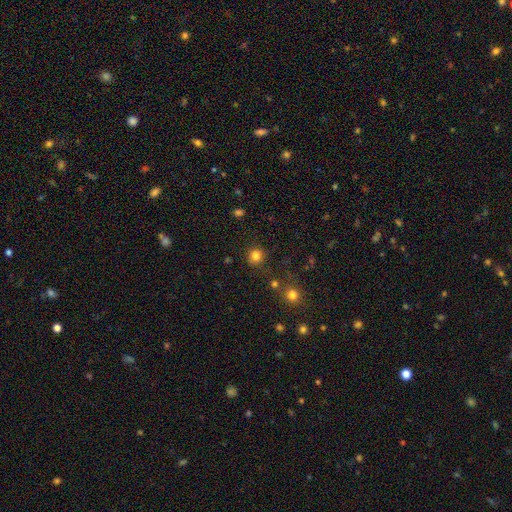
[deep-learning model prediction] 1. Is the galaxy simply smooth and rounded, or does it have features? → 82% smooth, 14% star or artifact, 5% featured or disk.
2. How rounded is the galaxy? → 91% round, 8% in between, 1% cigar-shaped.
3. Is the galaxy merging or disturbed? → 87% none, 8% minor disturbance, 3% major disturbance, 3% merger.